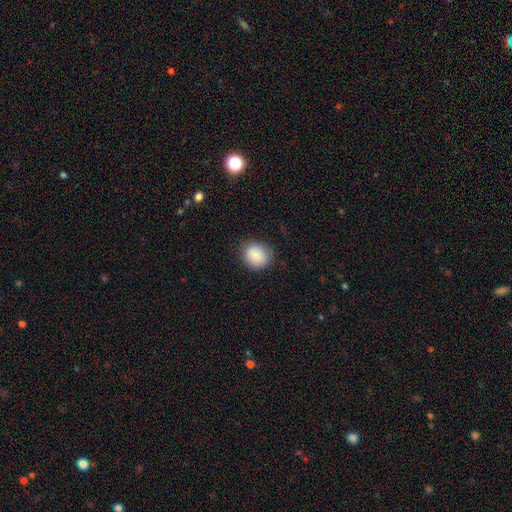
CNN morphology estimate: type=smooth (81%); roundness=round (79%); merging=none (82%).